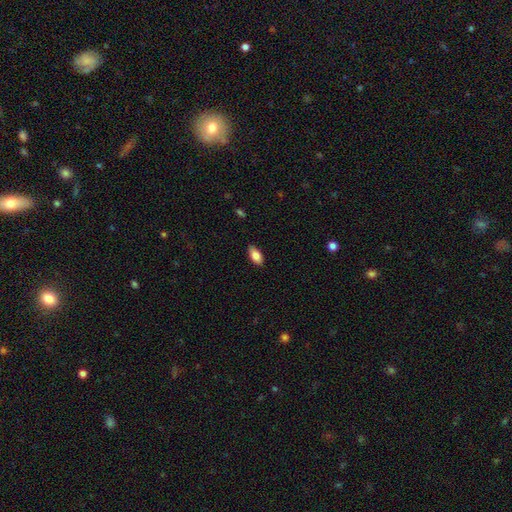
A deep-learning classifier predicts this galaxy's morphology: Q: Smooth or featured?
A: smooth (82%); runner-up: featured or disk (11%)
Q: How rounded?
A: in between (90%); runner-up: cigar-shaped (7%)
Q: Merging?
A: none (87%); runner-up: minor disturbance (10%)